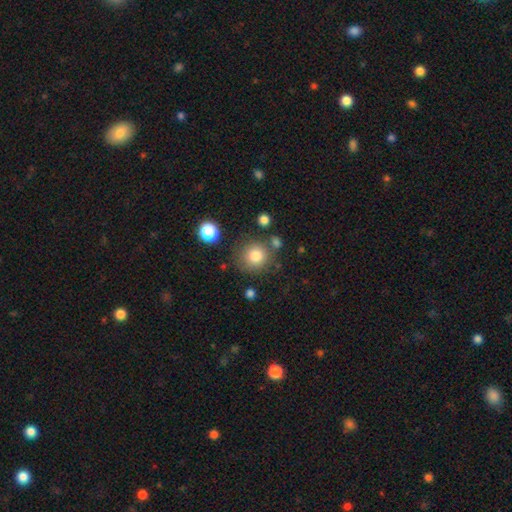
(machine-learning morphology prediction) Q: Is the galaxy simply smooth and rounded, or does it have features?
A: smooth — 82%.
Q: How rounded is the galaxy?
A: round — 92%.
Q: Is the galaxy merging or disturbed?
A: none — 77%.